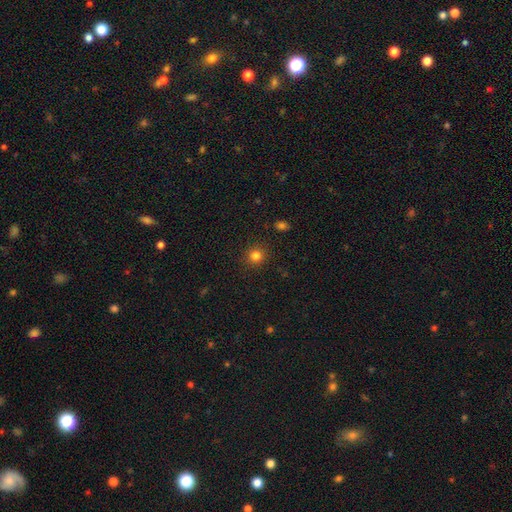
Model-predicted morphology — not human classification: smooth-or-featured: smooth: 81% | star or artifact: 14% | featured or disk: 5%
  how-rounded: round: 92% | in between: 7% | cigar-shaped: 1%
  merging: none: 91% | minor disturbance: 6% | major disturbance: 2% | merger: 1%